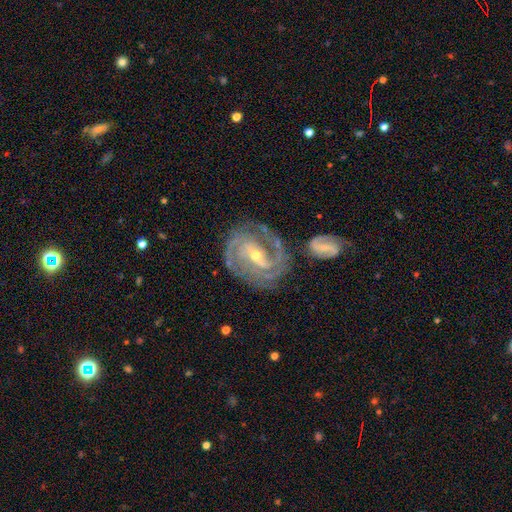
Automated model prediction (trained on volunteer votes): Smooth or featured: featured or disk — 90% (star or artifact — 6%)
Edge-on disk: no — 97% (yes — 3%)
Bar: strong — 45% (weak — 37%)
Spiral arms: yes — 98% (no — 2%)
Spiral winding: tight — 59% (medium — 35%)
Spiral arm count: 2 — 62% (3 — 18%)
Bulge size: small — 60% (moderate — 37%)
Merging: none — 69% (minor disturbance — 15%)